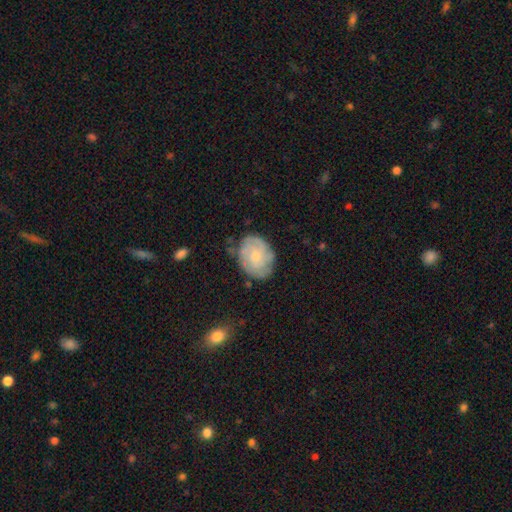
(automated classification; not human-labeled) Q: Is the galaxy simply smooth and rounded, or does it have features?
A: featured or disk — 60%.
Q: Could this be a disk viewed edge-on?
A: no — 97%.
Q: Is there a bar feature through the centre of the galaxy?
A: no — 77%.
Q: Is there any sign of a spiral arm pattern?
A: yes — 81%.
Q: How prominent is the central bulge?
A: small — 65%.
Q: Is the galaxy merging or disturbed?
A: none — 71%.